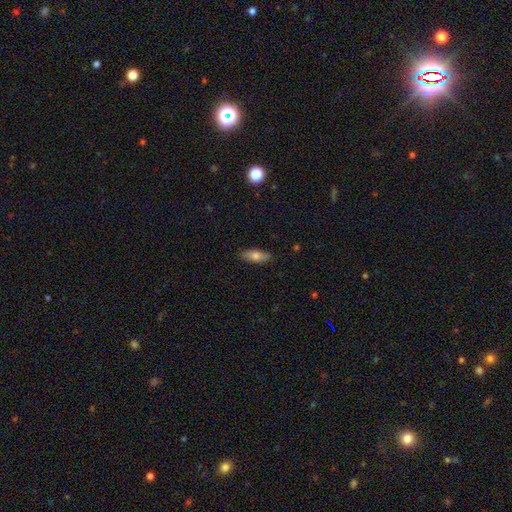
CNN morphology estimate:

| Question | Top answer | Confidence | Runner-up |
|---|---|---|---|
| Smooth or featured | smooth | 74% | featured or disk (19%) |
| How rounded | in between | 74% | cigar-shaped (23%) |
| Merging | none | 86% | minor disturbance (11%) |